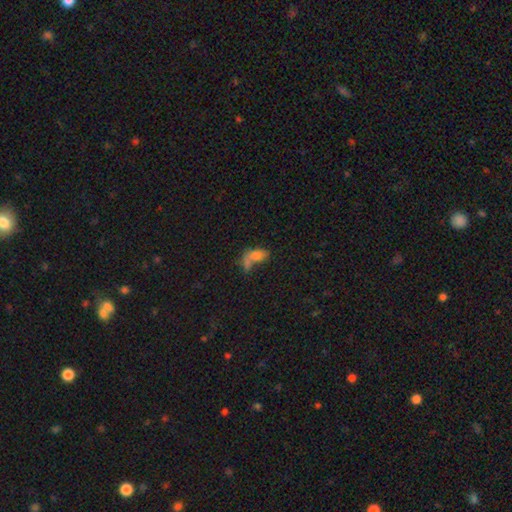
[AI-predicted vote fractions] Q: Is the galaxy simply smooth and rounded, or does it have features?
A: smooth — 67%.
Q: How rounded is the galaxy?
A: in between — 82%.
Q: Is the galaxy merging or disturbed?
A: merger — 53%.